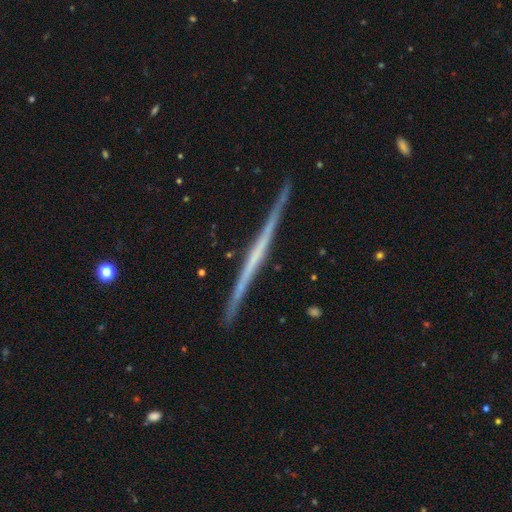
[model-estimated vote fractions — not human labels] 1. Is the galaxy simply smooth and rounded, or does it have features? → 73% featured or disk, 22% smooth, 5% star or artifact.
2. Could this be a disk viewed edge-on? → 98% yes, 2% no.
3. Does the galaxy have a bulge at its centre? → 84% none, 9% rounded, 7% boxy.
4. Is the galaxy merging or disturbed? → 90% none, 7% minor disturbance, 1% major disturbance, 1% merger.